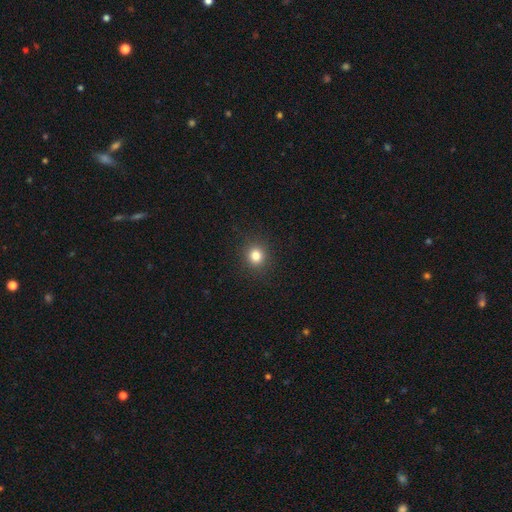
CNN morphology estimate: This is clearly a smooth galaxy (82%). How rounded: clearly round (86%). Merging: clearly none (91%).